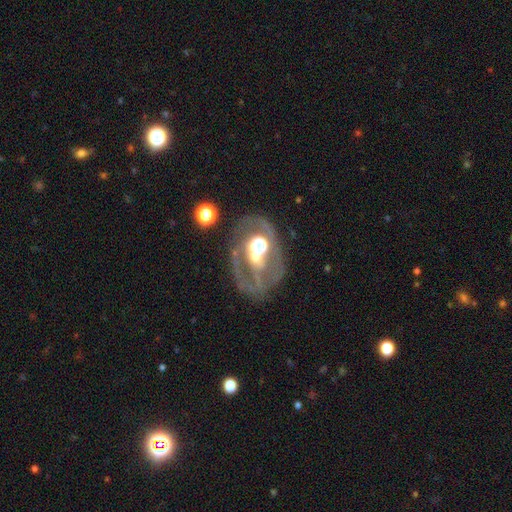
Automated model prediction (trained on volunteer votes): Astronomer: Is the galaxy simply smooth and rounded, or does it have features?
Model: featured or disk — 65%.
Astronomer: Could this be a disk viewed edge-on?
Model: no — 96%.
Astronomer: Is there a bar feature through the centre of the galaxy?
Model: no — 62%.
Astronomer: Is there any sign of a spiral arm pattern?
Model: no — 55% (runner-up: yes, 45%).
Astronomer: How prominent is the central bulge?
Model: moderate — 46% (runner-up: large, 34%).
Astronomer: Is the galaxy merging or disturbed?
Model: none — 51%.